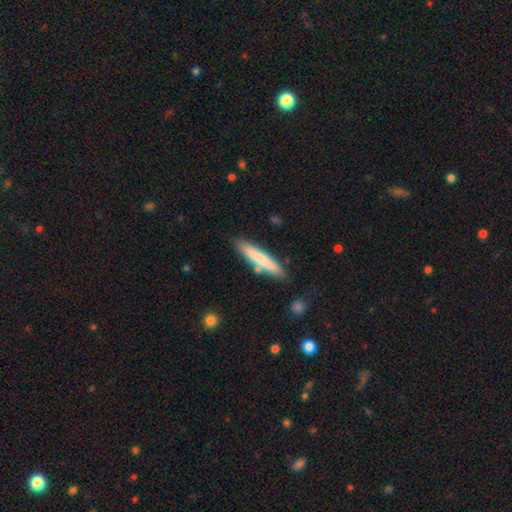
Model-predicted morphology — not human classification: A smooth galaxy with no disk features (72%) that is cigar-shaped (93%). Merging: none (83%).